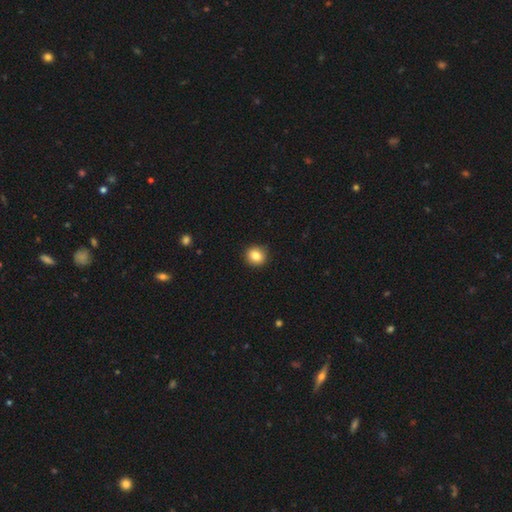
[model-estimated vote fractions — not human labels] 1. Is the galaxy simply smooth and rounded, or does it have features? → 84% smooth, 10% star or artifact, 6% featured or disk.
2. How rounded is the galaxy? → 86% round, 13% in between, 1% cigar-shaped.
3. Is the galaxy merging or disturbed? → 91% none, 7% minor disturbance, 2% major disturbance, 1% merger.